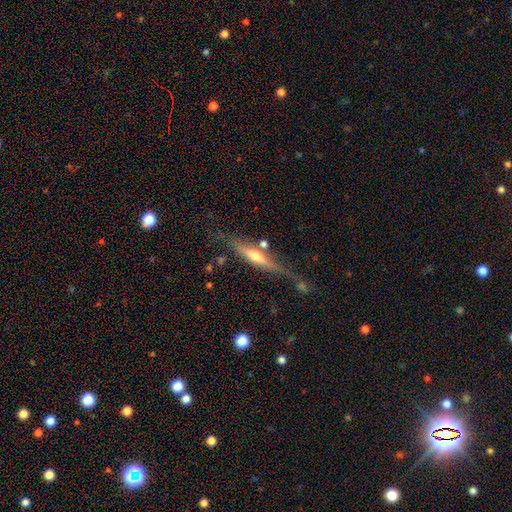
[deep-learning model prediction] Smooth or featured? Predicted: featured or disk (p=0.65). Edge-on disk? Predicted: yes (p=0.93). Edge-on bulge? Predicted: rounded (p=0.86). Merging? Predicted: none (p=0.64).